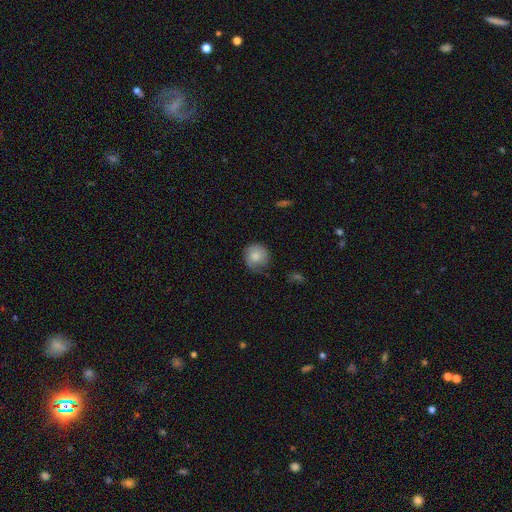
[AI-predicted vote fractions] Morphology: type=smooth (77%); roundness=round (88%); merging=none (59%).